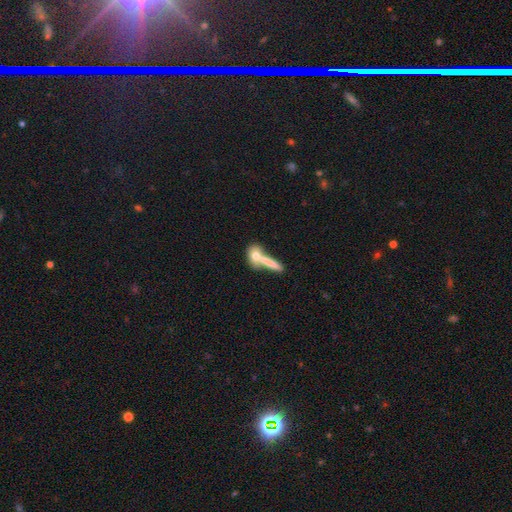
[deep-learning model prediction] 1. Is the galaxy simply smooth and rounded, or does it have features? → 71% smooth, 21% featured or disk, 8% star or artifact.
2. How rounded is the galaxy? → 42% in between, 30% round, 28% cigar-shaped.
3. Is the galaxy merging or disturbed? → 48% merger, 36% none, 10% minor disturbance, 7% major disturbance.